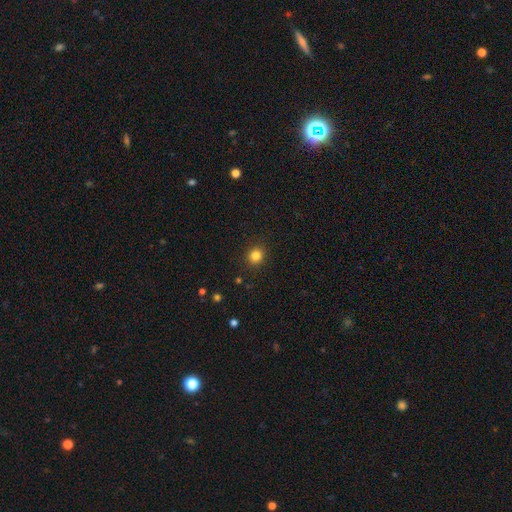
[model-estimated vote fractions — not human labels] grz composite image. It shows a smooth galaxy with no disk features (82%) that is round (89%). Merging: none (91%).